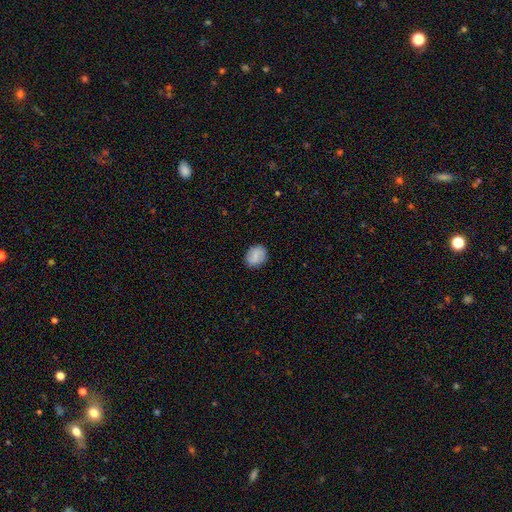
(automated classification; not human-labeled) Morphology: type=smooth (77%); roundness=round (59%); merging=none (87%).